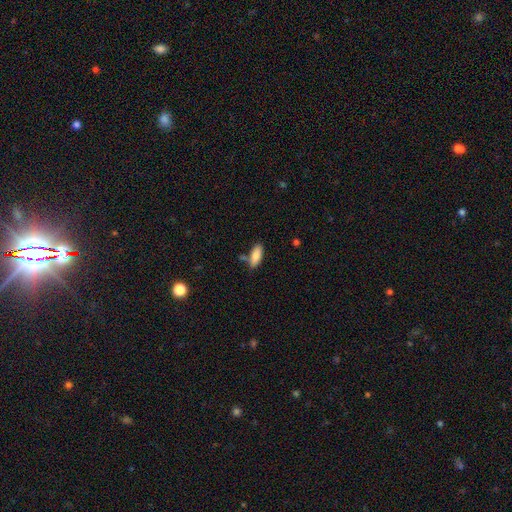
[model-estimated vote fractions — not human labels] smooth_or_featured: smooth (p=0.83) [alt: featured or disk p=0.11]
how_rounded: in between (p=0.79) [alt: cigar-shaped p=0.19]
merging: none (p=0.75) [alt: minor disturbance p=0.14]